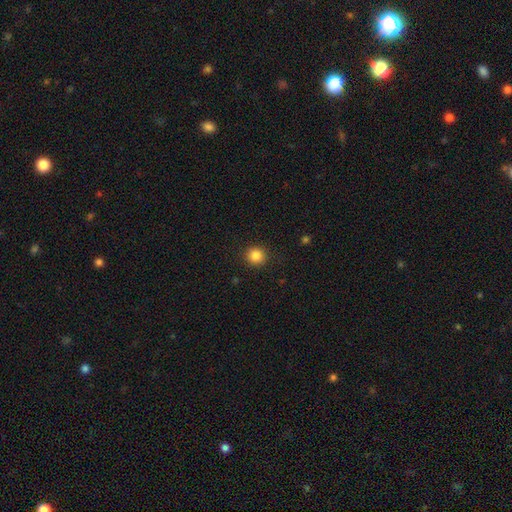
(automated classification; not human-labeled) Overall: smooth (86%). How rounded: round (92%). Merging: none (91%).